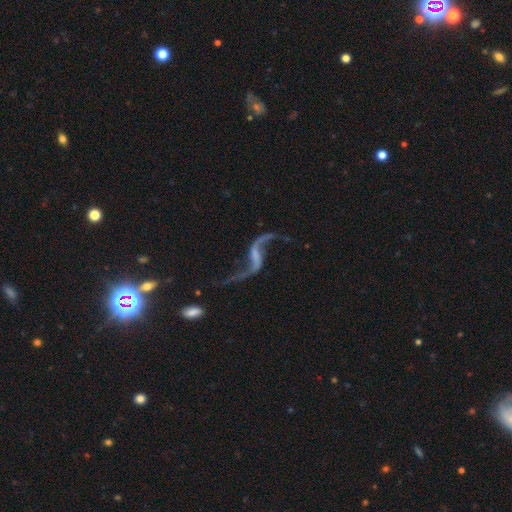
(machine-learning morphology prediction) Smooth or featured? featured or disk (91%)
Edge-on disk? no (96%)
Bar? weak (40%)
Spiral arms? yes (96%)
Spiral winding? loose (95%)
Spiral arm count? 2 (94%)
Bulge size? none (61%)
Merging? none (66%)